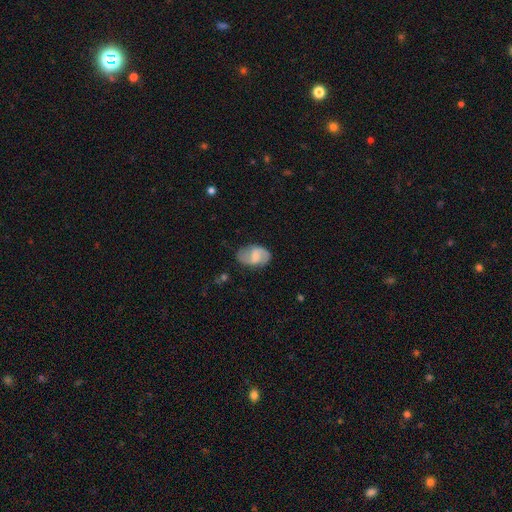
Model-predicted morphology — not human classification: smooth-or-featured: featured or disk: 63% | smooth: 30% | star or artifact: 7%
  disk-edge-on: no: 97% | yes: 3%
    bar: weak: 56% | no: 23% | strong: 21%
    has-spiral-arms: yes: 87% | no: 13%
      spiral-winding: medium: 43% | loose: 42% | tight: 15%
      spiral-arm-count: 2: 87% | can't tell: 8% | 1: 3% | 3: 1% | 4: 1% | more than 4: 1%
    bulge-size: small: 41% | moderate: 36% | none: 17% | large: 5% | dominant: 1%
  merging: none: 73% | minor disturbance: 19% | major disturbance: 6% | merger: 2%